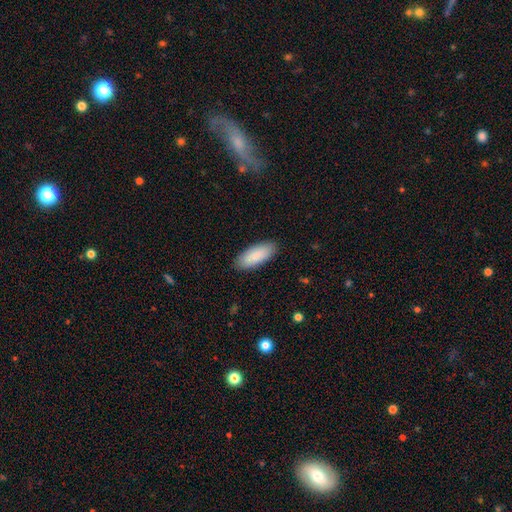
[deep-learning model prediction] smooth-or-featured: smooth: 89% | featured or disk: 6% | star or artifact: 5%
  how-rounded: in between: 80% | cigar-shaped: 19% | round: 2%
  merging: none: 89% | minor disturbance: 8% | major disturbance: 2% | merger: 1%